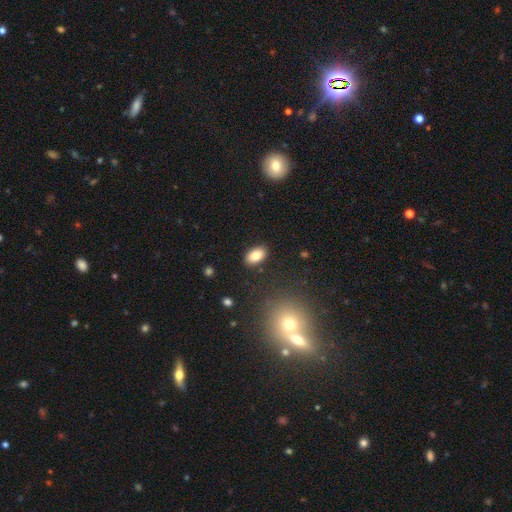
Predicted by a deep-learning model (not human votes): smooth-or-featured: smooth: 84% | star or artifact: 8% | featured or disk: 8%
  how-rounded: in between: 92% | round: 6% | cigar-shaped: 2%
  merging: none: 88% | minor disturbance: 8% | major disturbance: 2% | merger: 1%